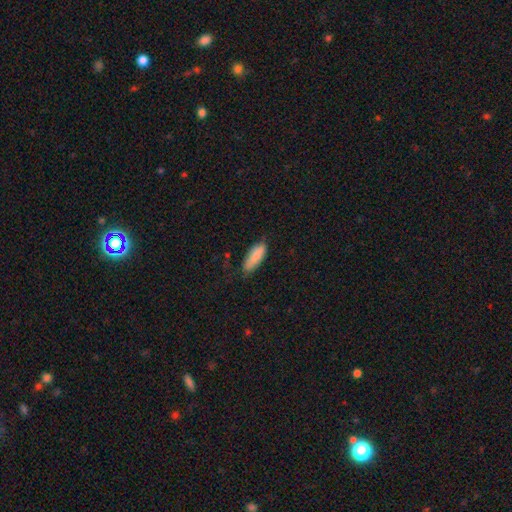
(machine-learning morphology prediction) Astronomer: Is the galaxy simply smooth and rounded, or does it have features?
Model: smooth — 86%.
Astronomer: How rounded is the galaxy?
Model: in between — 65%.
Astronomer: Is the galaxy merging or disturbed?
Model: none — 72%.